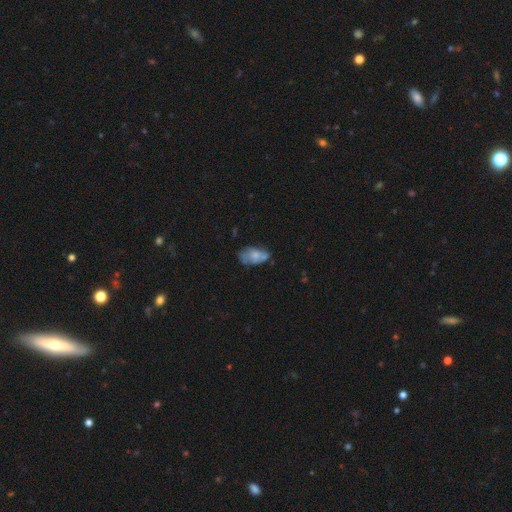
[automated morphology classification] The model was most divided on "merging": none: 44%, minor disturbance: 32%, major disturbance: 14%, merger: 10%. More confident: how rounded — in between (90%); smooth or featured — smooth (58%).